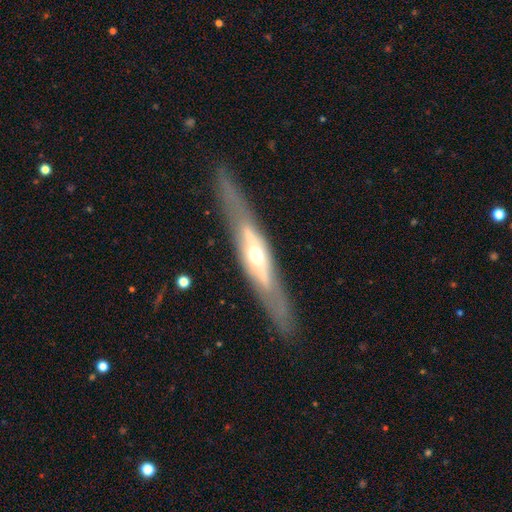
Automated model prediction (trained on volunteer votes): Smooth or featured?
  - featured or disk: 70% *
  - smooth: 24%
  - star or artifact: 6%
Edge-on disk?
  - yes: 75% *
  - no: 25%
Edge-on bulge?
  - rounded: 85% *
  - none: 9%
  - boxy: 6%
Merging?
  - none: 80% *
  - minor disturbance: 13%
  - major disturbance: 5%
  - merger: 2%